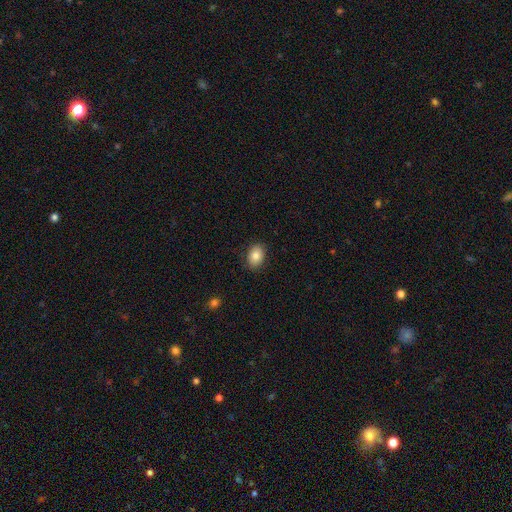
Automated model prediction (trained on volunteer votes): Smooth or featured? Predicted: smooth (p=0.84). How rounded? Predicted: in between (p=0.71). Merging? Predicted: none (p=0.87).